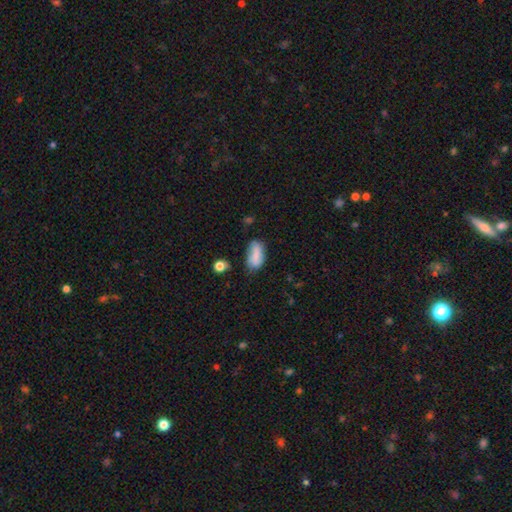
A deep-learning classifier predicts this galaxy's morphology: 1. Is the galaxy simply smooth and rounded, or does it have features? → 79% smooth, 12% featured or disk, 9% star or artifact.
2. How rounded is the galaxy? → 88% in between, 8% cigar-shaped, 4% round.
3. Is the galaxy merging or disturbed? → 48% none, 34% minor disturbance, 12% major disturbance, 6% merger.